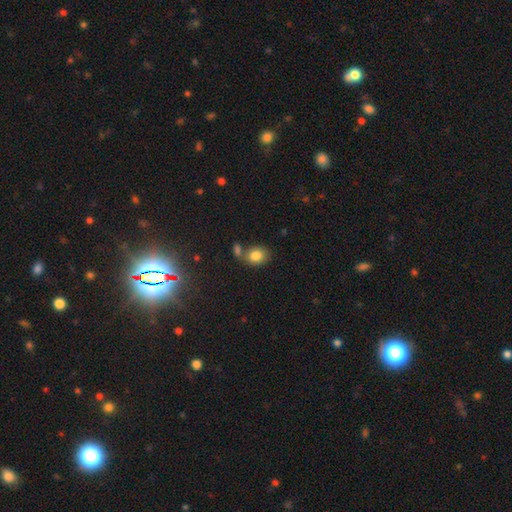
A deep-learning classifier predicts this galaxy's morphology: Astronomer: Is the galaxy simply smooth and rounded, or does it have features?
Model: smooth — 82%.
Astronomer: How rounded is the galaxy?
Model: in between — 51% (runner-up: round, 48%).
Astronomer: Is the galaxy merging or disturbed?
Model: none — 57%.